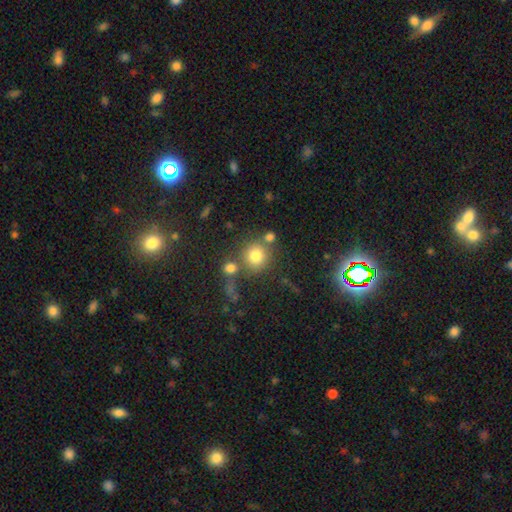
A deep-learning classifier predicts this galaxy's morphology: Smooth or featured: smooth — 77% (star or artifact — 13%)
How rounded: round — 89% (in between — 9%)
Merging: none — 65% (merger — 19%)